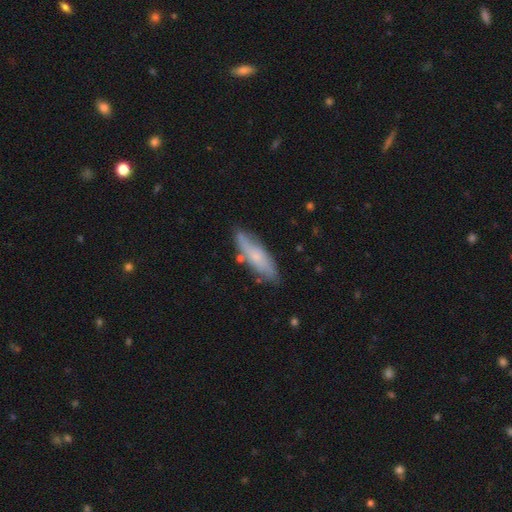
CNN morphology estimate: smooth-or-featured: smooth: 55% | featured or disk: 38% | star or artifact: 7%
  how-rounded: cigar-shaped: 61% | in between: 37% | round: 2%
  merging: none: 75% | minor disturbance: 18% | merger: 4% | major disturbance: 3%